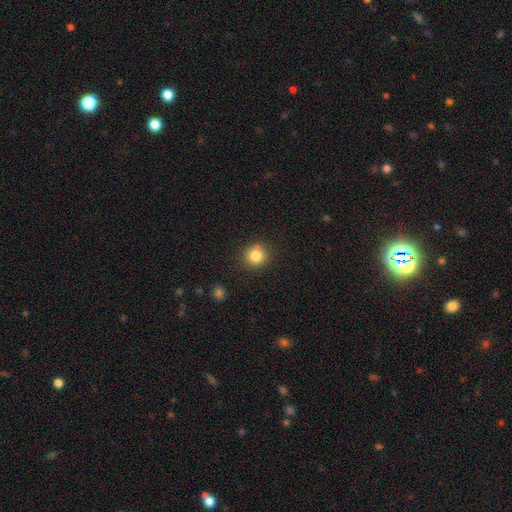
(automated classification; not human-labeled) A smooth galaxy with no disk features (82%) that is round (91%). Merging: none (81%).